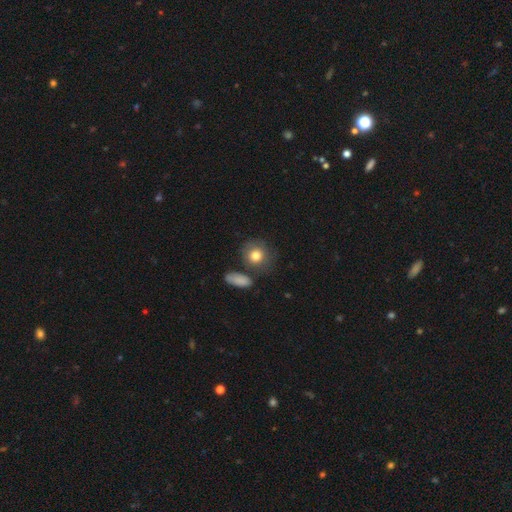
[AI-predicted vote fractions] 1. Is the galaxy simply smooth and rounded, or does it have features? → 79% smooth, 13% featured or disk, 8% star or artifact.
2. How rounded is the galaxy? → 78% round, 20% in between, 2% cigar-shaped.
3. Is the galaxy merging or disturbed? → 68% none, 16% minor disturbance, 9% merger, 6% major disturbance.